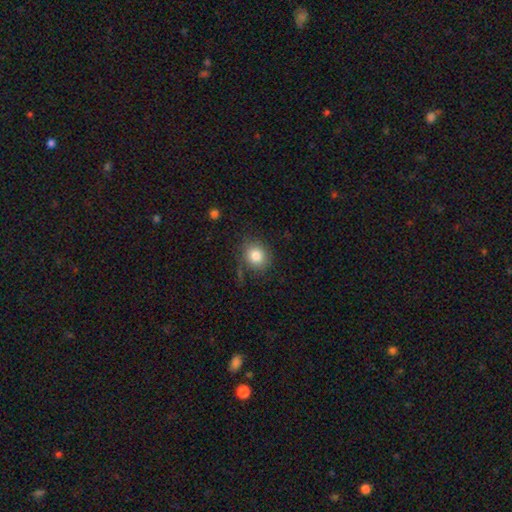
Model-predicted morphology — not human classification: The model was most divided on "how rounded": round: 74%, in between: 25%, cigar-shaped: 1%. More confident: smooth or featured — smooth (82%); merging — none (76%).